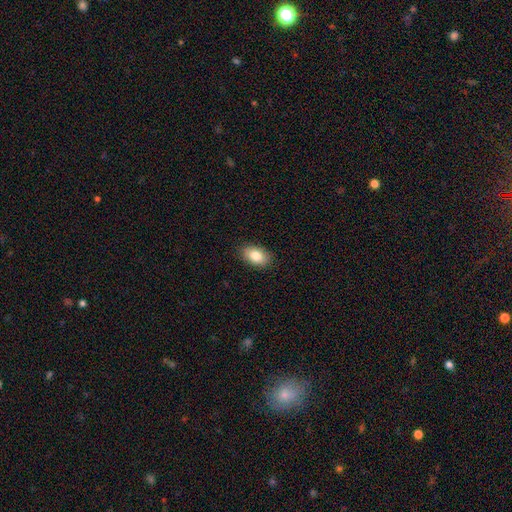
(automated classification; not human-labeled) This is clearly a smooth galaxy (84%). How rounded: clearly in between (90%). Merging: clearly none (89%).